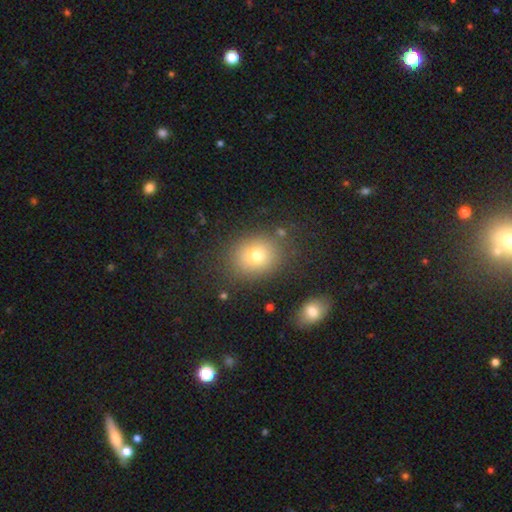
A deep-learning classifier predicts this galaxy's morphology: smooth-or-featured: smooth: 75% | star or artifact: 13% | featured or disk: 12%
  how-rounded: round: 60% | in between: 39% | cigar-shaped: 1%
  merging: none: 81% | minor disturbance: 11% | major disturbance: 5% | merger: 4%